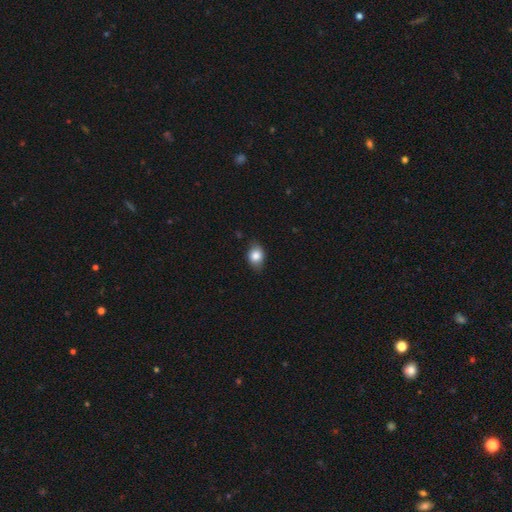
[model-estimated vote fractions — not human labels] Smooth or featured? Predicted: smooth (p=0.82). How rounded? Predicted: in between (p=0.64). Merging? Predicted: none (p=0.76).